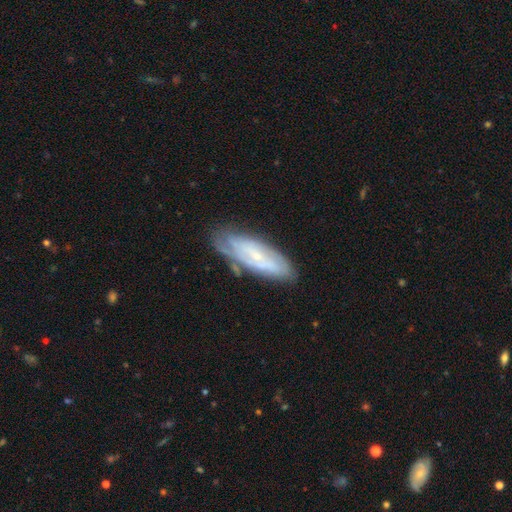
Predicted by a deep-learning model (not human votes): Q: Smooth or featured?
A: featured or disk (66%); runner-up: smooth (27%)
Q: Edge-on disk?
A: no (81%); runner-up: yes (19%)
Q: Bar?
A: no (59%); runner-up: weak (31%)
Q: Spiral arms?
A: yes (79%); runner-up: no (21%)
Q: Bulge size?
A: small (78%); runner-up: moderate (15%)
Q: Merging?
A: none (71%); runner-up: minor disturbance (20%)